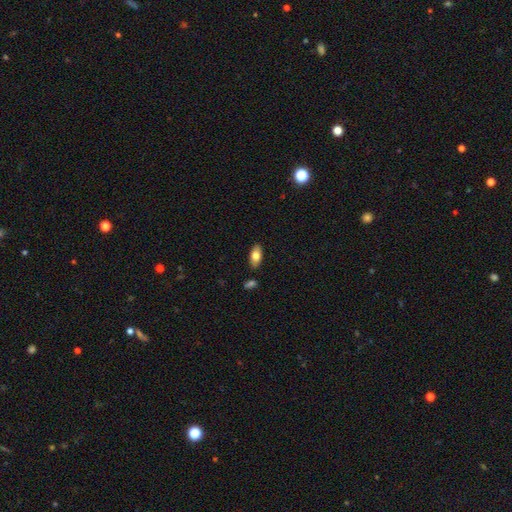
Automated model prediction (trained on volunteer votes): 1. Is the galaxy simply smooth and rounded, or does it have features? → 77% smooth, 16% featured or disk, 7% star or artifact.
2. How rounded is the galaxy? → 89% in between, 8% cigar-shaped, 3% round.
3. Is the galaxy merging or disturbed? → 86% none, 10% minor disturbance, 3% merger, 2% major disturbance.